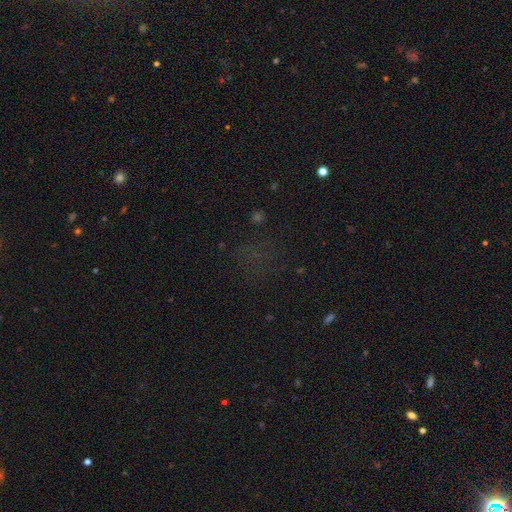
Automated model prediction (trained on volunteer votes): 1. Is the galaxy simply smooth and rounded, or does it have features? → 57% star or artifact, 31% smooth, 12% featured or disk.